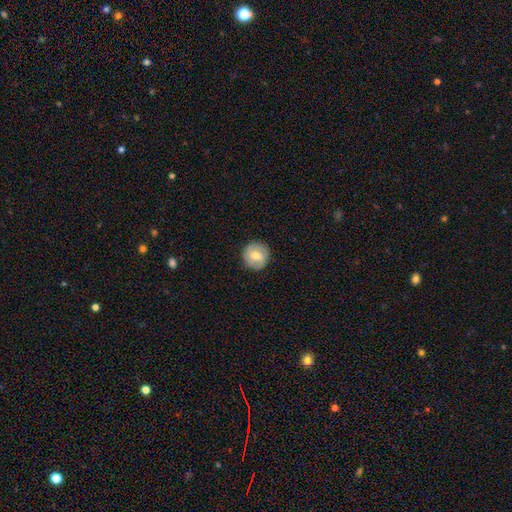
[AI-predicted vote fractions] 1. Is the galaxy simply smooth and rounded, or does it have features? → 58% smooth, 35% featured or disk, 7% star or artifact.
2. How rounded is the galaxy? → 91% round, 8% in between, 1% cigar-shaped.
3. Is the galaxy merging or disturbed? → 86% none, 10% minor disturbance, 3% major disturbance, 1% merger.